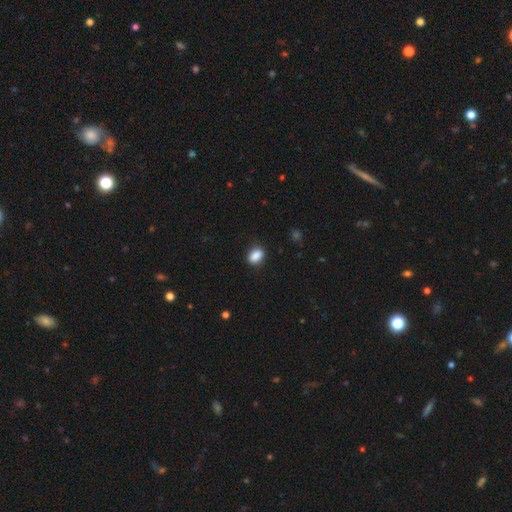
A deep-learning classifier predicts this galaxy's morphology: smooth-or-featured: smooth: 88% | star or artifact: 8% | featured or disk: 4%
  how-rounded: in between: 79% | round: 18% | cigar-shaped: 2%
  merging: none: 84% | minor disturbance: 12% | major disturbance: 3% | merger: 1%